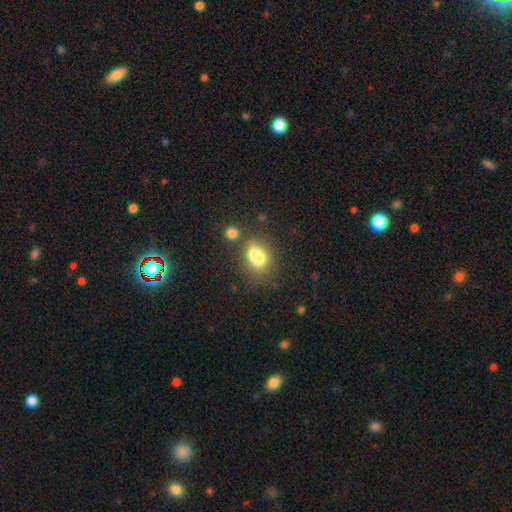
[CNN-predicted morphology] Overall: smooth (71%). How rounded: in between (55%; round 43%). Merging: merger (39%; none 34%).